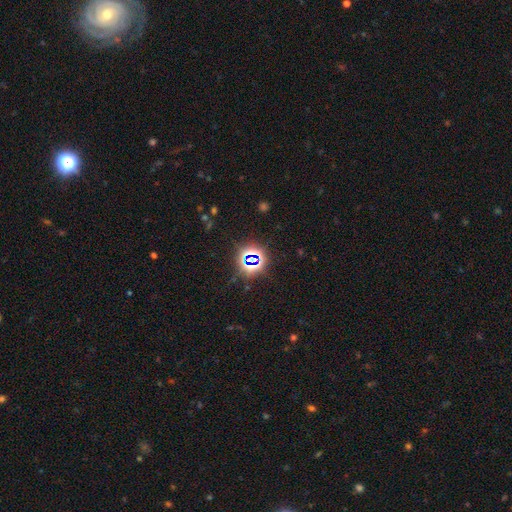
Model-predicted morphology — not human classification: A star or artifact, not a galaxy (75%).